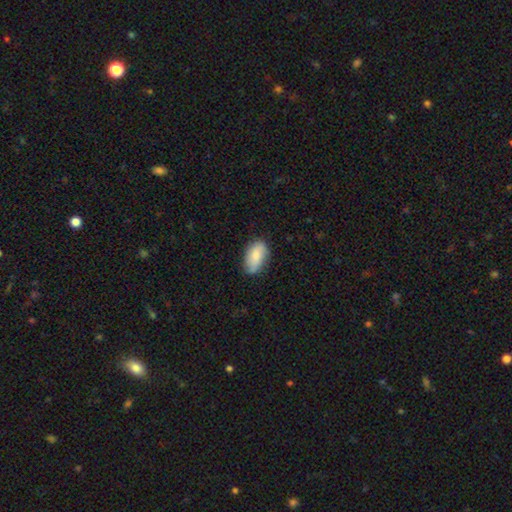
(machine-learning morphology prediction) smooth 83%, featured or disk 11%, star or artifact 6%. Down the decision tree: how rounded — in between (93%); merging — none (75%).